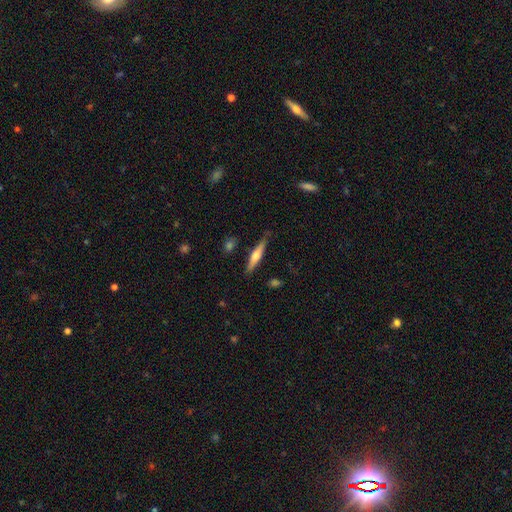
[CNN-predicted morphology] Overall: featured or disk (53%; smooth 41%). Edge-on disk: yes (96%). Edge-on bulge: rounded (87%). Merging: none (82%).